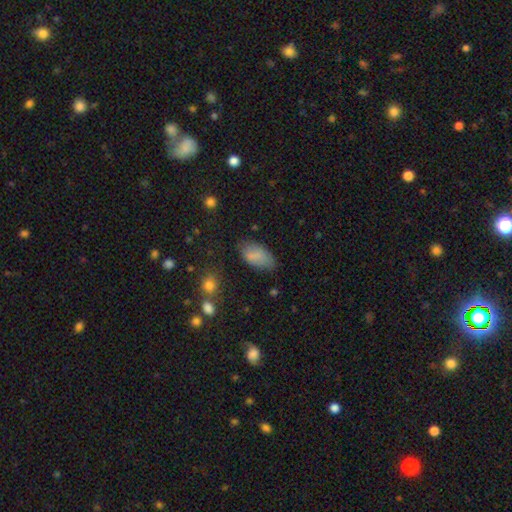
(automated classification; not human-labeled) smooth-or-featured: smooth: 81% | featured or disk: 11% | star or artifact: 9%
  how-rounded: in between: 93% | round: 4% | cigar-shaped: 3%
  merging: none: 68% | minor disturbance: 22% | major disturbance: 7% | merger: 3%